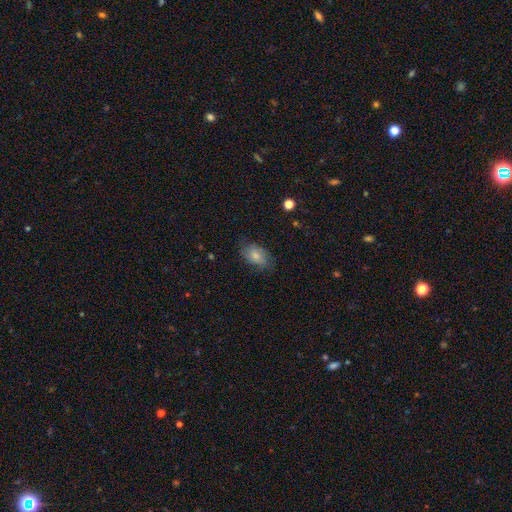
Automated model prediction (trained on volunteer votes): smooth_or_featured: smooth (p=0.76) [alt: featured or disk p=0.16]
how_rounded: in between (p=0.87) [alt: round p=0.12]
merging: none (p=0.71) [alt: minor disturbance p=0.22]